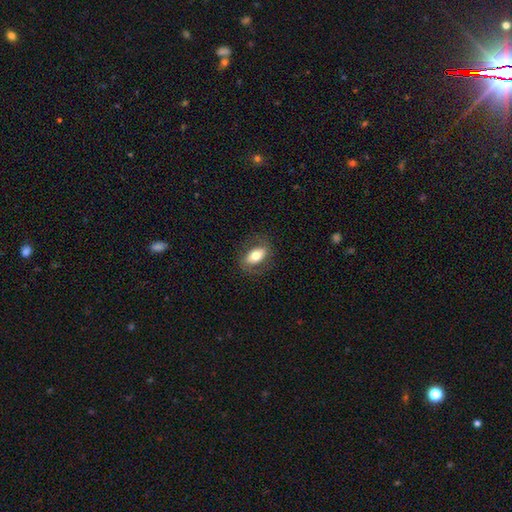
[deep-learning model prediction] smooth-or-featured: smooth: 63% | featured or disk: 30% | star or artifact: 7%
  how-rounded: in between: 88% | round: 8% | cigar-shaped: 4%
  merging: none: 79% | minor disturbance: 14% | major disturbance: 6% | merger: 1%